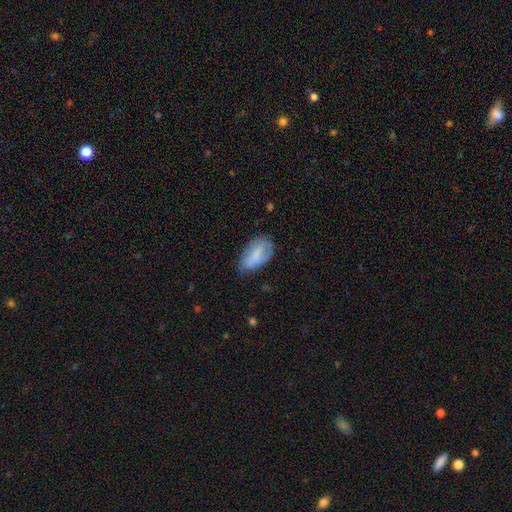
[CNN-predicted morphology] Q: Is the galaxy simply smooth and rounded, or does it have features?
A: smooth — 63%.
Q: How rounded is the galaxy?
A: in between — 92%.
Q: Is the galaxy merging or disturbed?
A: none — 54%.